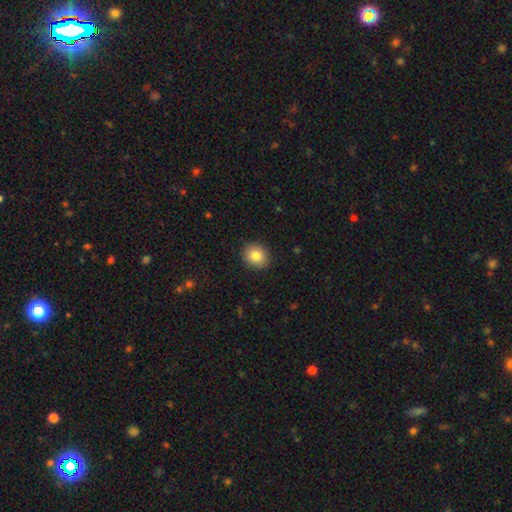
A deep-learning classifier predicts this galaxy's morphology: A smooth galaxy with no disk features (84%) that is round (72%). Merging: none (90%).